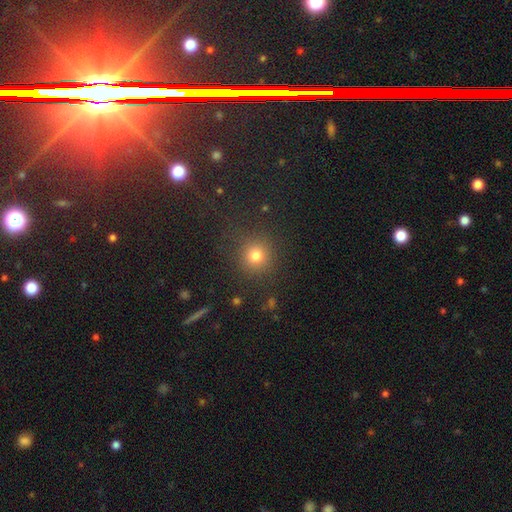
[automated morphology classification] Smooth or featured: smooth — 76% (star or artifact — 17%)
How rounded: round — 92% (in between — 7%)
Merging: none — 85% (minor disturbance — 8%)